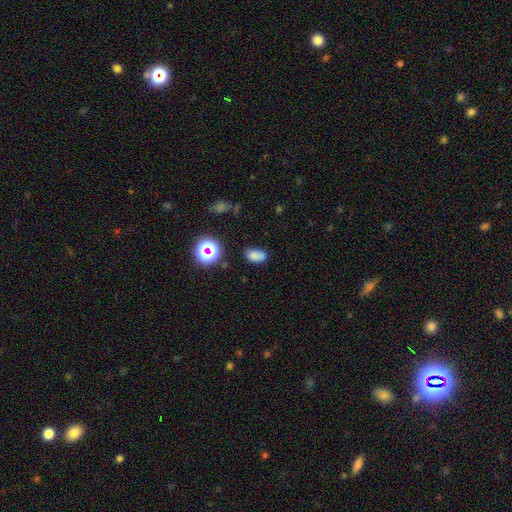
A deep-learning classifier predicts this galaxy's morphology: Smooth or featured?
  - smooth: 75% *
  - star or artifact: 17%
  - featured or disk: 8%
How rounded?
  - in between: 87% *
  - round: 11%
  - cigar-shaped: 1%
Merging?
  - none: 71% *
  - minor disturbance: 19%
  - major disturbance: 5%
  - merger: 4%